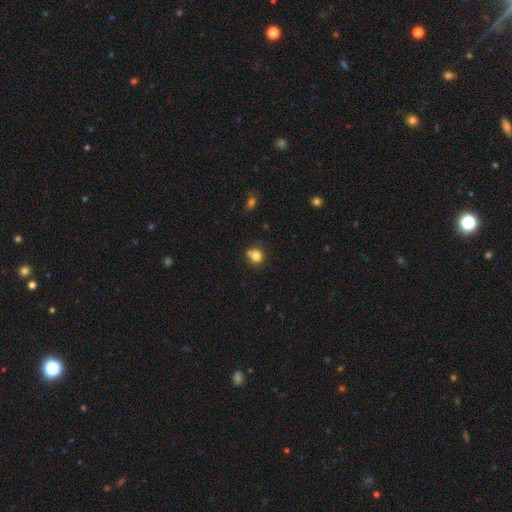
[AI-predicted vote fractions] smooth 79%, star or artifact 12%, featured or disk 9%. Down the decision tree: how rounded — round (78%); merging — none (55%).